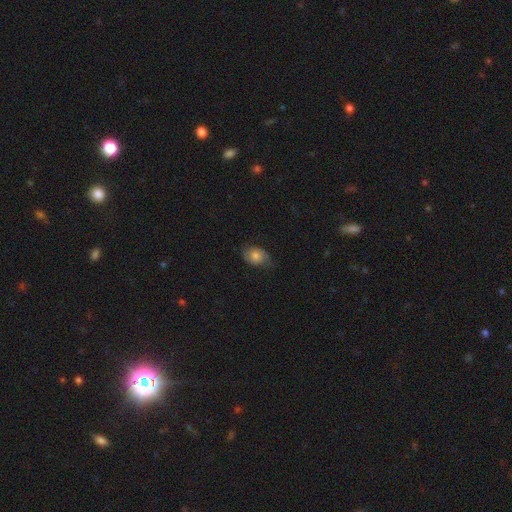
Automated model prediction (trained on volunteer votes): This appears to be a smooth galaxy with no disk features (63%) that is in between round and cigar-shaped (71%). Merging: none (65%).